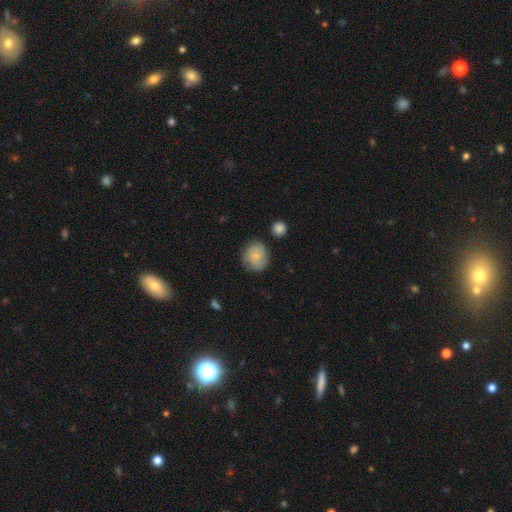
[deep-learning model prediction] smooth_or_featured: smooth (p=0.55) [alt: featured or disk p=0.38]
how_rounded: round (p=0.77) [alt: in between p=0.22]
merging: none (p=0.75) [alt: minor disturbance p=0.18]